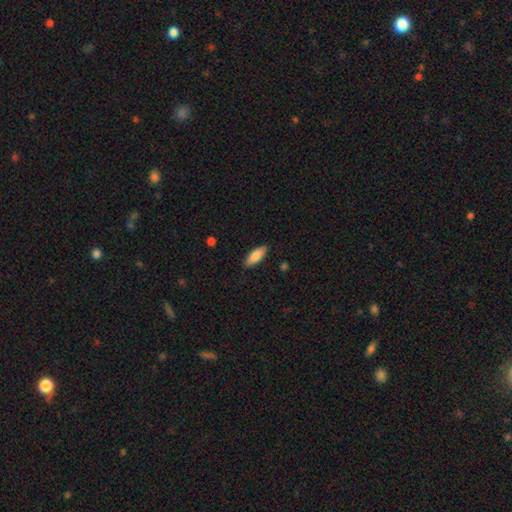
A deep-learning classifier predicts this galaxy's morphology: Smooth or featured?
  - smooth: 84% *
  - featured or disk: 10%
  - star or artifact: 6%
How rounded?
  - in between: 71% *
  - cigar-shaped: 28%
  - round: 2%
Merging?
  - none: 86% *
  - minor disturbance: 11%
  - major disturbance: 2%
  - merger: 1%